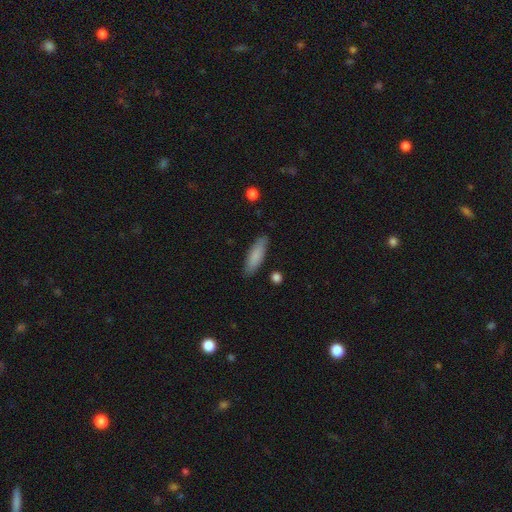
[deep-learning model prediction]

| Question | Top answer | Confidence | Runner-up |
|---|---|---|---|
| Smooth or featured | smooth | 83% | featured or disk (11%) |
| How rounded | cigar-shaped | 52% | in between (46%) |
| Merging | none | 86% | minor disturbance (11%) |